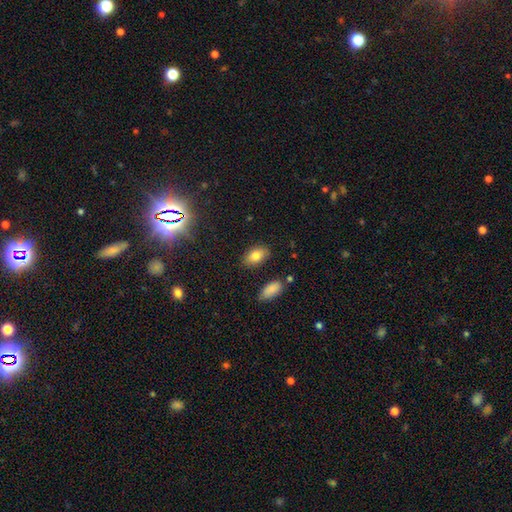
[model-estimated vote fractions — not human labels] smooth_or_featured: smooth (p=0.81) [alt: featured or disk p=0.10]
how_rounded: in between (p=0.91) [alt: round p=0.07]
merging: none (p=0.84) [alt: minor disturbance p=0.11]